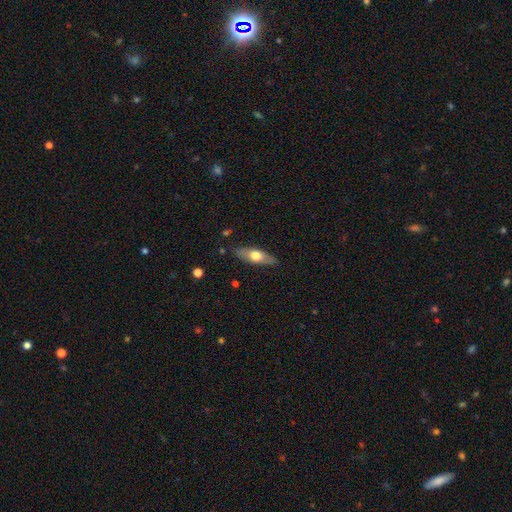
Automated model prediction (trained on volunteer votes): Smooth or featured?
  - smooth: 55% *
  - featured or disk: 39%
  - star or artifact: 6%
How rounded?
  - in between: 57% *
  - cigar-shaped: 39%
  - round: 3%
Merging?
  - none: 84% *
  - minor disturbance: 12%
  - major disturbance: 2%
  - merger: 2%